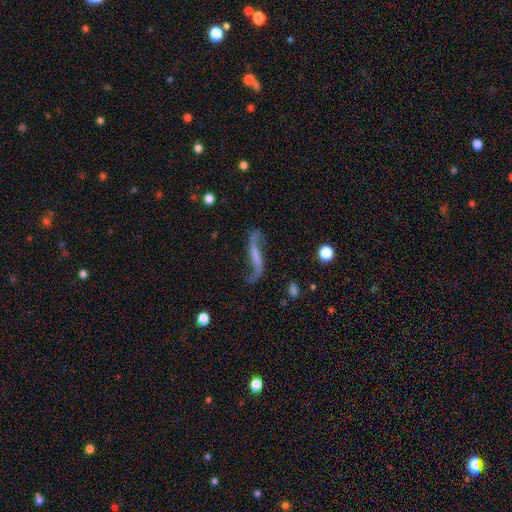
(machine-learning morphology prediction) Smooth or featured? Predicted: featured or disk (p=0.84). Edge-on disk? Predicted: no (p=0.88). Bar? Predicted: weak (p=0.34, tied with no). Spiral arms? Predicted: yes (p=0.94). Spiral winding? Predicted: loose (p=0.91). Spiral arm count? Predicted: 2 (p=0.92). Bulge size? Predicted: none (p=0.58). Merging? Predicted: none (p=0.71).